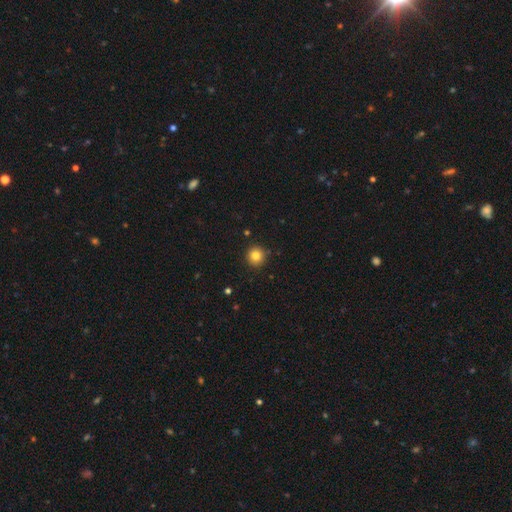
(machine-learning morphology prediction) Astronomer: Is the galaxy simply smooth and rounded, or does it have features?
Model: smooth — 83%.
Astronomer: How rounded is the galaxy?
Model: round — 94%.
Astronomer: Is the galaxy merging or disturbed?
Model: none — 91%.